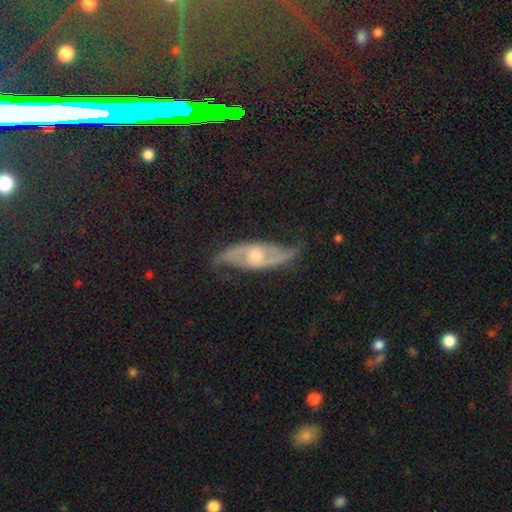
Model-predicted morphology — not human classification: Smooth or featured?
  - featured or disk: 83% *
  - smooth: 11%
  - star or artifact: 6%
Edge-on disk?
  - no: 84% *
  - yes: 16%
Bar?
  - no: 60% *
  - weak: 33%
  - strong: 7%
Spiral arms?
  - yes: 94% *
  - no: 6%
Spiral winding?
  - loose: 43% *
  - medium: 40%
  - tight: 17%
Spiral arm count?
  - 2: 89% *
  - can't tell: 6%
  - 1: 2%
  - 3: 2%
  - 4: 1%
  - more than 4: 1%
Bulge size?
  - moderate: 66% *
  - small: 23%
  - large: 7%
  - none: 2%
  - dominant: 1%
Merging?
  - none: 70% *
  - minor disturbance: 20%
  - major disturbance: 8%
  - merger: 2%